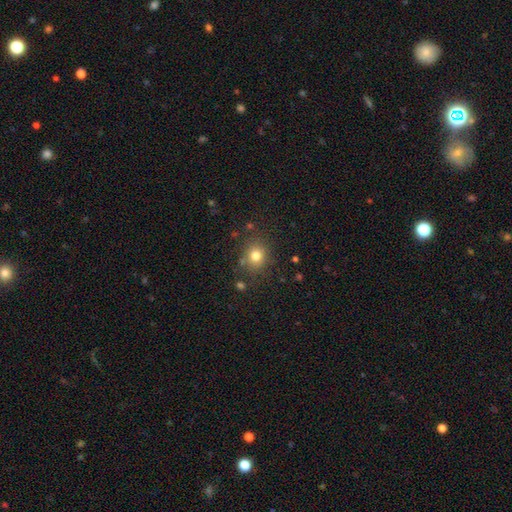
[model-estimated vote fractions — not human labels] smooth 77%, star or artifact 14%, featured or disk 8%. Down the decision tree: how rounded — round (78%); merging — none (81%).